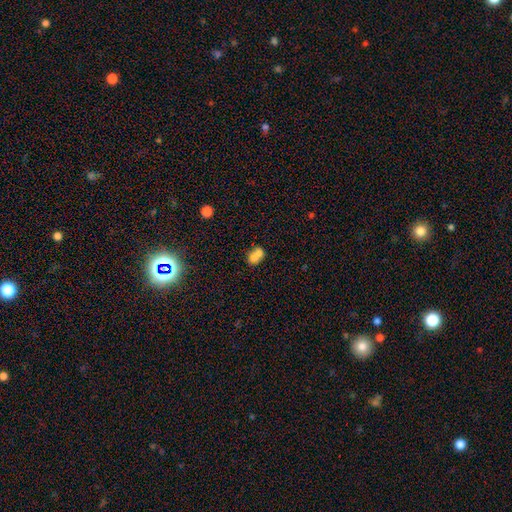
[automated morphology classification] smooth-or-featured: smooth: 70% | featured or disk: 19% | star or artifact: 11%
  how-rounded: in between: 57% | round: 41% | cigar-shaped: 2%
  merging: merger: 63% | none: 25% | minor disturbance: 8% | major disturbance: 4%